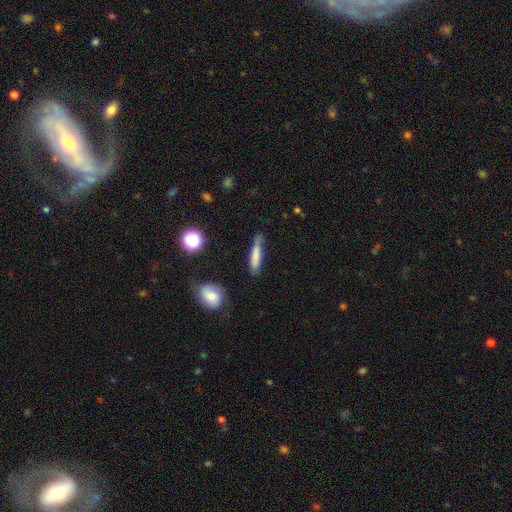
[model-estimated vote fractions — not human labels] Smooth or featured: smooth — 74% (featured or disk — 18%)
How rounded: cigar-shaped — 86% (in between — 12%)
Merging: none — 67% (minor disturbance — 23%)